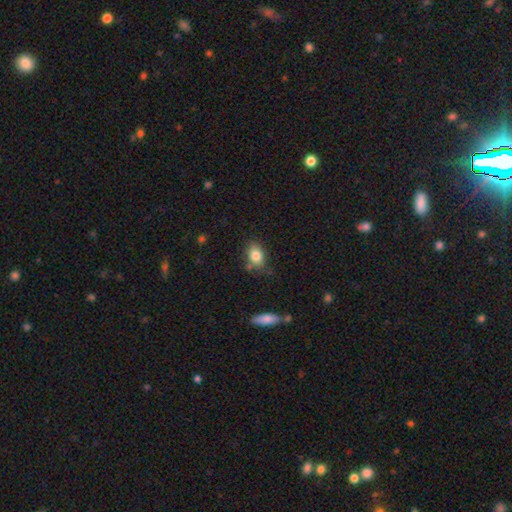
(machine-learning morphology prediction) This appears to be a smooth galaxy with no disk features (82%) that is in between round and cigar-shaped (78%). Merging: none (72%).